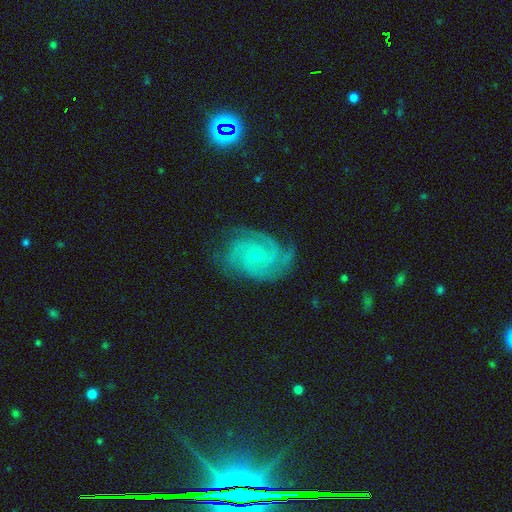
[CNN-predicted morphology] Overall: featured or disk (86%). Edge-on disk: no (98%). Bar: no (72%). Spiral arms: yes (98%). Spiral arm count: 3 (34%; 4 19%). Spiral winding: tight (64%; medium 31%). Bulge size: small (83%). Merging: none (75%).